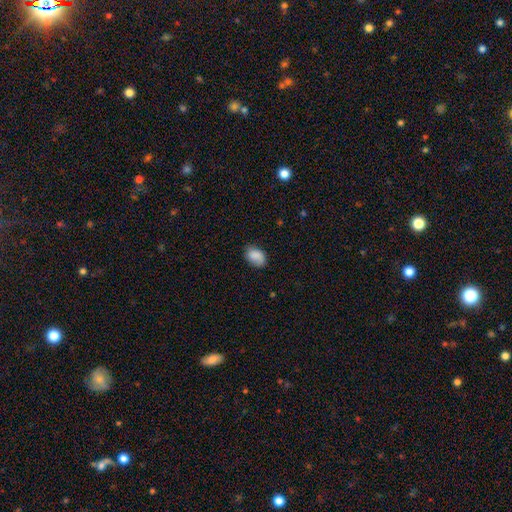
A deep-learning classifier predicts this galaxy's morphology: type=smooth (85%); roundness=in between (82%); merging=none (71%).